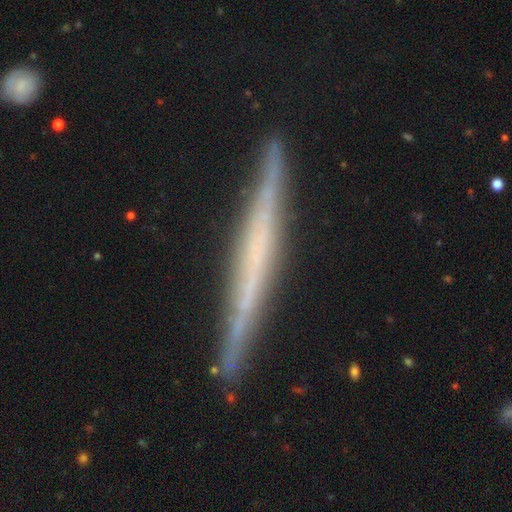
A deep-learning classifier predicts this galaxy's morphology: Smooth or featured? Predicted: featured or disk (p=0.72). Edge-on disk? Predicted: yes (p=0.97). Edge-on bulge? Predicted: none (p=0.81). Merging? Predicted: none (p=0.89).